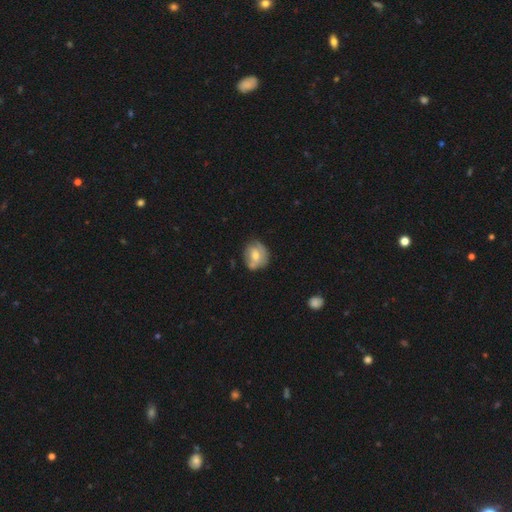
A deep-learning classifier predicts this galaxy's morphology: Smooth or featured? smooth (53%)
How rounded? round (72%)
Merging? none (57%)